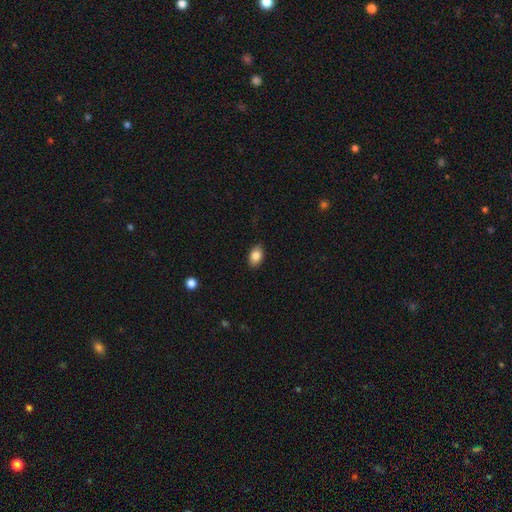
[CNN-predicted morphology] Smooth or featured: smooth — 84% (star or artifact — 8%)
How rounded: in between — 87% (round — 12%)
Merging: none — 87% (minor disturbance — 10%)